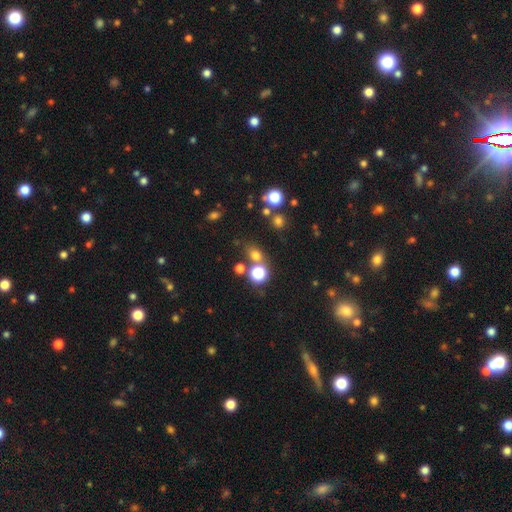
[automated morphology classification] This appears to be a smooth galaxy with no disk features (66%) that is round (63%). Merging: none (66%).